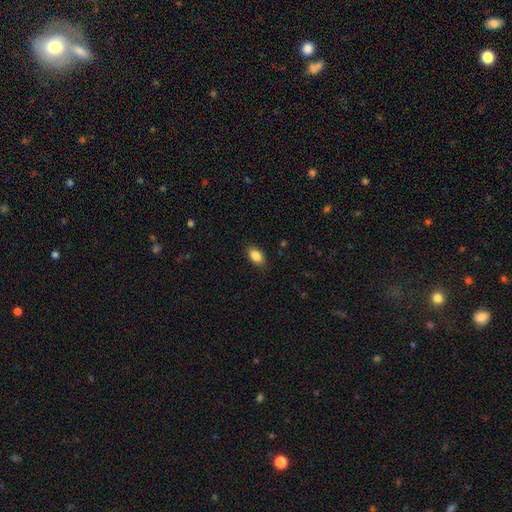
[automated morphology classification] smooth-or-featured: smooth: 87% | star or artifact: 8% | featured or disk: 5%
  how-rounded: in between: 90% | round: 7% | cigar-shaped: 2%
  merging: none: 88% | minor disturbance: 9% | major disturbance: 2% | merger: 1%